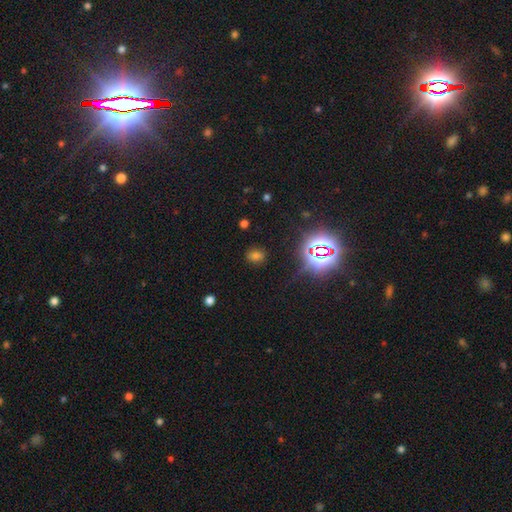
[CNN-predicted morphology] A smooth galaxy with no disk features (55%) that is round (51%). Merging: none (84%).